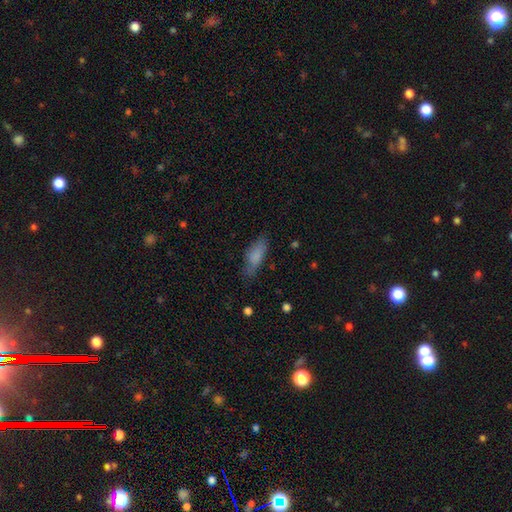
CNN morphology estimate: smooth_or_featured: smooth (p=0.79) [alt: featured or disk p=0.14]
how_rounded: in between (p=0.66) [alt: cigar-shaped p=0.32]
merging: none (p=0.66) [alt: minor disturbance p=0.24]